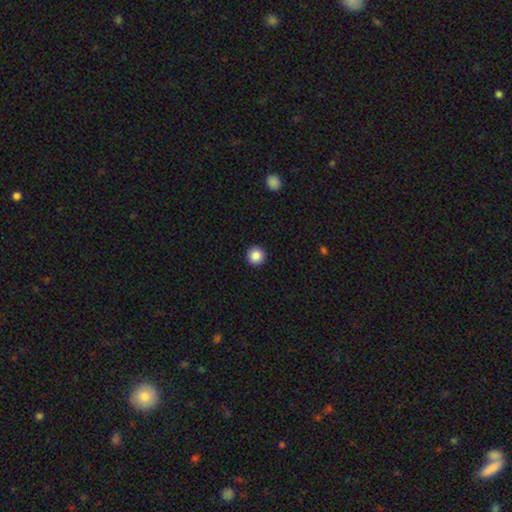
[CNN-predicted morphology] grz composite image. It shows a smooth galaxy with no disk features (87%) that is round (96%). Merging: none (93%).